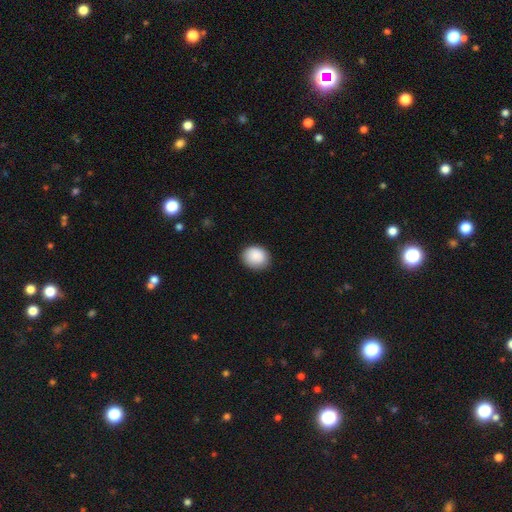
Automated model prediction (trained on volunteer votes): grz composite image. It shows a smooth galaxy with no disk features (89%) that is round (65%). Merging: none (85%).